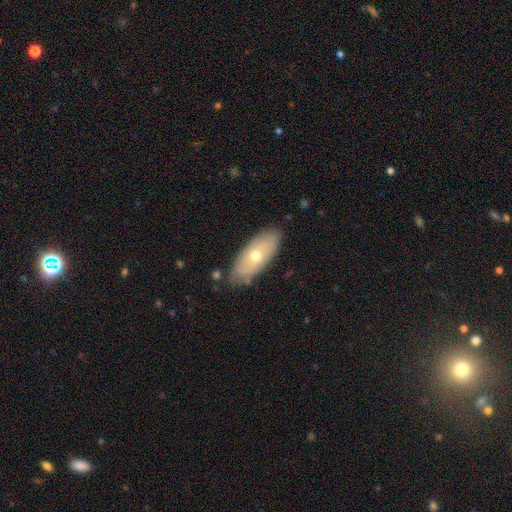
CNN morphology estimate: A smooth galaxy with no disk features (58%) that is in between round and cigar-shaped (82%).

Vote fractions:
- Smooth or featured? smooth: 58% / featured or disk: 36% / star or artifact: 6%
- How rounded? in between: 82% / cigar-shaped: 15% / round: 3%
- Merging? none: 82% / minor disturbance: 13% / major disturbance: 3% / merger: 2%